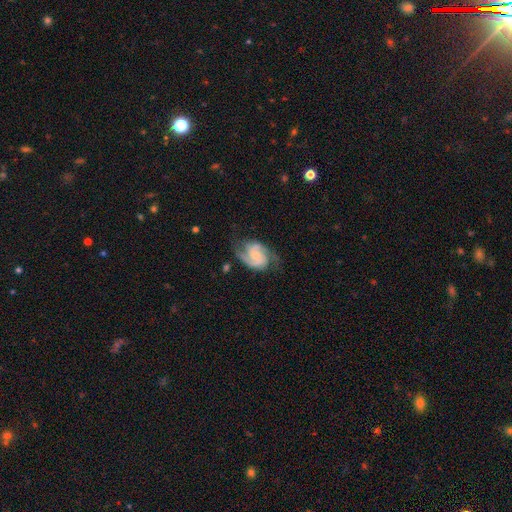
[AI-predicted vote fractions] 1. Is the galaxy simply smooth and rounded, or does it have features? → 87% featured or disk, 8% smooth, 5% star or artifact.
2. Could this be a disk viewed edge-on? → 98% no, 2% yes.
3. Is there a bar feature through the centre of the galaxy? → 52% no, 40% weak, 8% strong.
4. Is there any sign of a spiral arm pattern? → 97% yes, 3% no.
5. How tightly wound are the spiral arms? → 52% medium, 34% tight, 14% loose.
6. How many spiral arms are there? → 87% 2, 4% can't tell, 4% 3, 2% 1, 1% 4, 1% more than 4.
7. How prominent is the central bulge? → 41% small, 36% moderate, 17% none, 5% large, 1% dominant.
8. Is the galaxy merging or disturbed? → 68% none, 21% minor disturbance, 10% major disturbance, 2% merger.